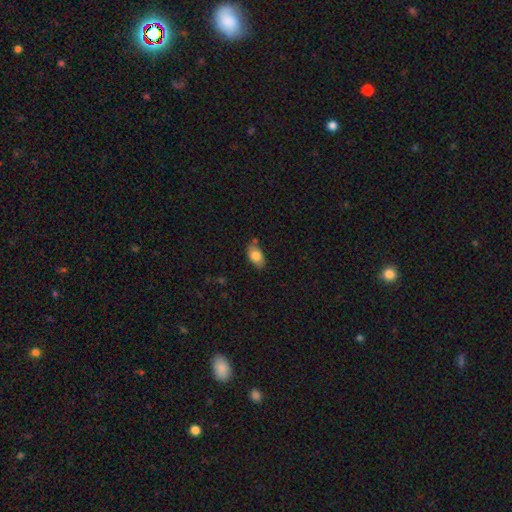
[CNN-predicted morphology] Smooth or featured?
  - smooth: 81% *
  - featured or disk: 12%
  - star or artifact: 7%
How rounded?
  - in between: 90% *
  - round: 7%
  - cigar-shaped: 3%
Merging?
  - none: 72% *
  - minor disturbance: 18%
  - merger: 6%
  - major disturbance: 3%